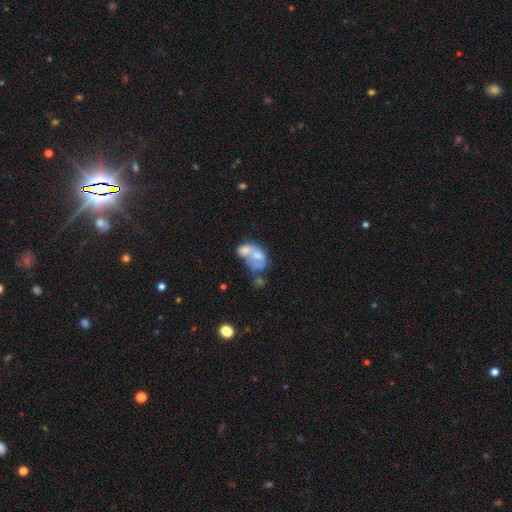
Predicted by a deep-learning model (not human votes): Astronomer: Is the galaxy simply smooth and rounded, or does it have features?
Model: smooth — 49% (runner-up: featured or disk, 41%).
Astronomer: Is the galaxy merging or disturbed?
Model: merger — 64%.